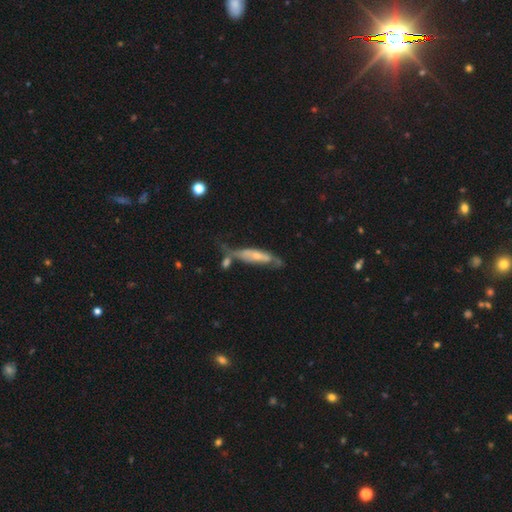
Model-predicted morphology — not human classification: Smooth or featured? featured or disk (59%)
Edge-on disk? yes (51%)
Merging? none (35%)